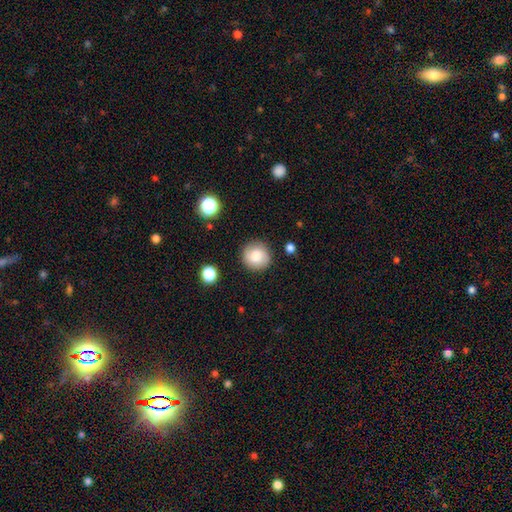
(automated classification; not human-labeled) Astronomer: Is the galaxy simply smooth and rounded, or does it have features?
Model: smooth — 74%.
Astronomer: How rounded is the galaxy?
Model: round — 92%.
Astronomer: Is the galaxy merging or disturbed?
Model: none — 86%.